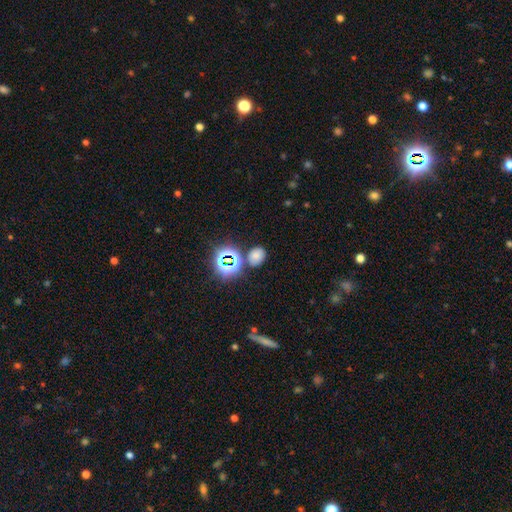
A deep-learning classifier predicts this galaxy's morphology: smooth 65%, star or artifact 27%, featured or disk 8%. Down the decision tree: how rounded — in between (50%); merging — none (77%).